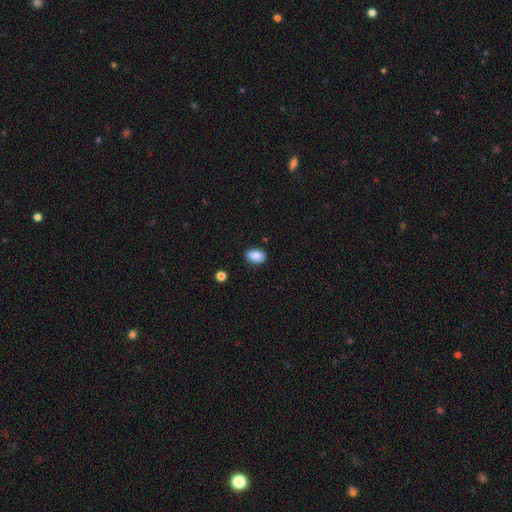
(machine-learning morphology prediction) A smooth galaxy with no disk features (88%) that is in between round and cigar-shaped (88%).

Vote fractions:
- Smooth or featured? smooth: 88% / star or artifact: 8% / featured or disk: 4%
- How rounded? in between: 88% / round: 10% / cigar-shaped: 2%
- Merging? none: 84% / minor disturbance: 12% / major disturbance: 2% / merger: 2%